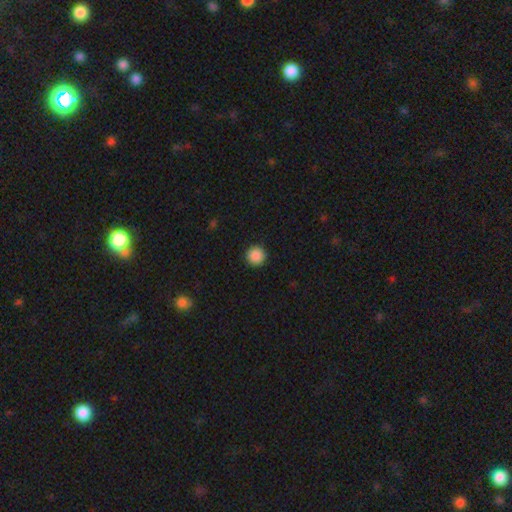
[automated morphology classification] This is clearly a smooth galaxy (89%). How rounded: clearly round (96%). Merging: clearly none (93%).